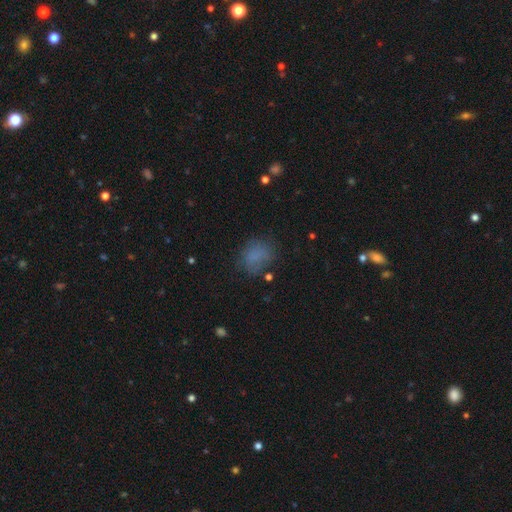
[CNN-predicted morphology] Q: Smooth or featured?
A: smooth (73%); runner-up: star or artifact (15%)
Q: How rounded?
A: round (51%); runner-up: in between (48%)
Q: Merging?
A: none (63%); runner-up: minor disturbance (22%)